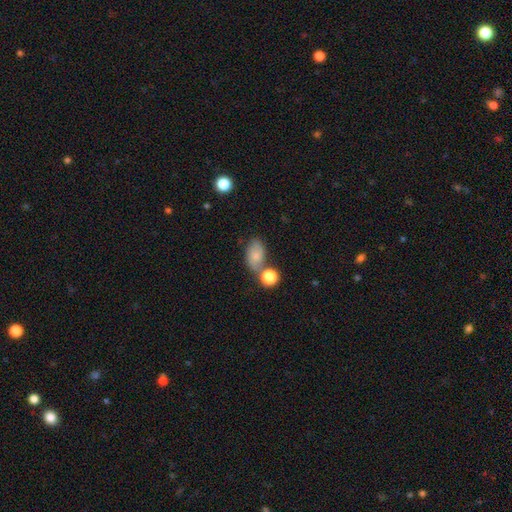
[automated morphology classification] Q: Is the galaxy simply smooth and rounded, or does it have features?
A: smooth — 69%.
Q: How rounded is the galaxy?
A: in between — 82%.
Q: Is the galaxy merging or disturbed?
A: none — 44%.